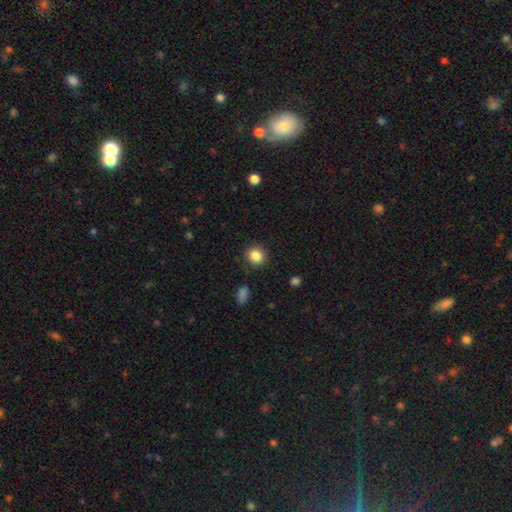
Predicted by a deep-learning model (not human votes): The model was most divided on "how rounded": round: 77%, in between: 22%, cigar-shaped: 1%. More confident: merging — none (88%); smooth or featured — smooth (85%).